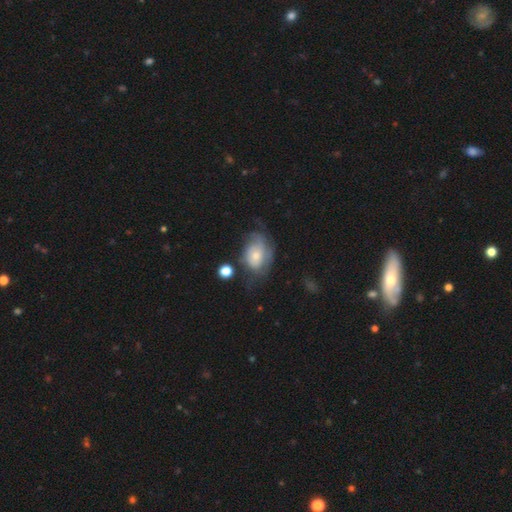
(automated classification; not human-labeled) This appears to be a featured or disk galaxy (46%, tied with smooth). Merging: none (38%).